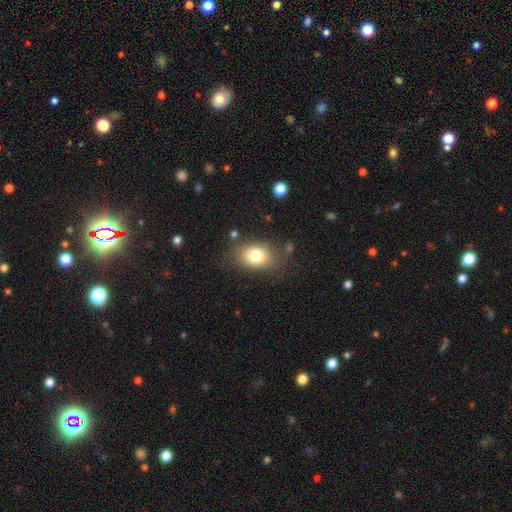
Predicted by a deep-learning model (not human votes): smooth-or-featured: smooth: 78% | featured or disk: 12% | star or artifact: 10%
  how-rounded: in between: 71% | round: 27% | cigar-shaped: 1%
  merging: none: 75% | minor disturbance: 16% | major disturbance: 6% | merger: 3%